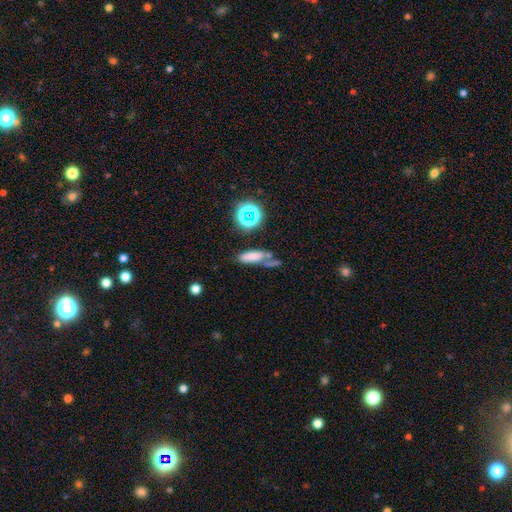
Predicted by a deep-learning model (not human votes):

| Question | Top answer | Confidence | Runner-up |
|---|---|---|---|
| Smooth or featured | smooth | 68% | star or artifact (19%) |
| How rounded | in between | 54% | cigar-shaped (37%) |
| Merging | none | 47% | merger (22%) |